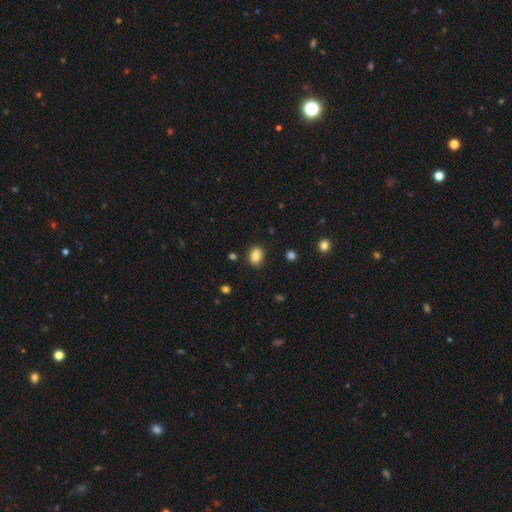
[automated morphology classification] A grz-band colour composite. It shows a smooth galaxy with no disk features (86%) that is in between round and cigar-shaped (67%). Merging: none (84%).